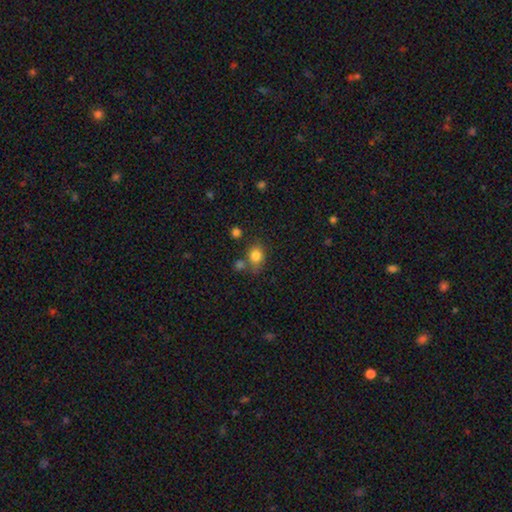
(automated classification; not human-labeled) Smooth or featured?
  - smooth: 81% *
  - star or artifact: 11%
  - featured or disk: 8%
How rounded?
  - round: 57% *
  - in between: 42%
  - cigar-shaped: 1%
Merging?
  - none: 62% *
  - minor disturbance: 17%
  - merger: 15%
  - major disturbance: 6%